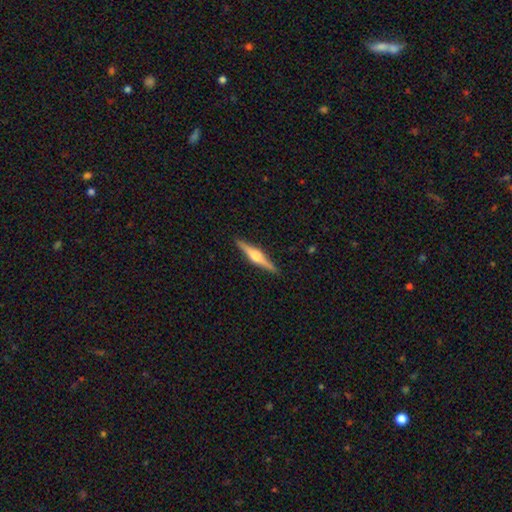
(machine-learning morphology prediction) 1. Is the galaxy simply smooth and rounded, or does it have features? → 75% featured or disk, 20% smooth, 5% star or artifact.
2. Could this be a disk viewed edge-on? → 98% yes, 2% no.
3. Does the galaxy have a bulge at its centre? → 91% rounded, 6% boxy, 3% none.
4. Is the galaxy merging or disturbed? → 91% none, 6% minor disturbance, 1% major disturbance, 1% merger.